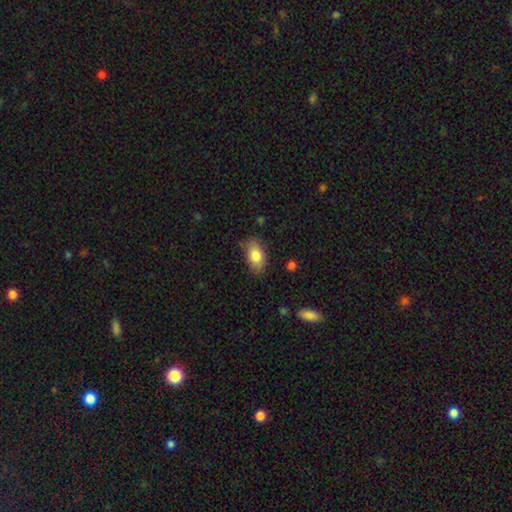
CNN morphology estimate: smooth 83%, featured or disk 10%, star or artifact 7%. Down the decision tree: how rounded — in between (91%); merging — none (77%).